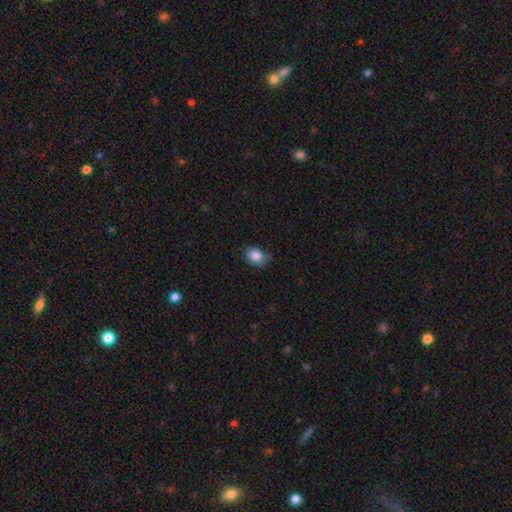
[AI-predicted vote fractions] A smooth galaxy with no disk features (86%) that is in between round and cigar-shaped (65%).

Vote fractions:
- Smooth or featured? smooth: 86% / star or artifact: 9% / featured or disk: 5%
- How rounded? in between: 65% / round: 33% / cigar-shaped: 1%
- Merging? none: 73% / minor disturbance: 22% / major disturbance: 4% / merger: 1%